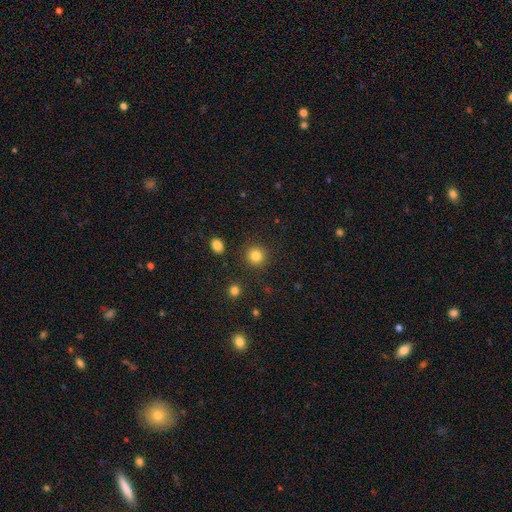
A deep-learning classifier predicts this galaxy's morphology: A smooth galaxy with no disk features (83%) that is round (93%). Merging: none (90%).